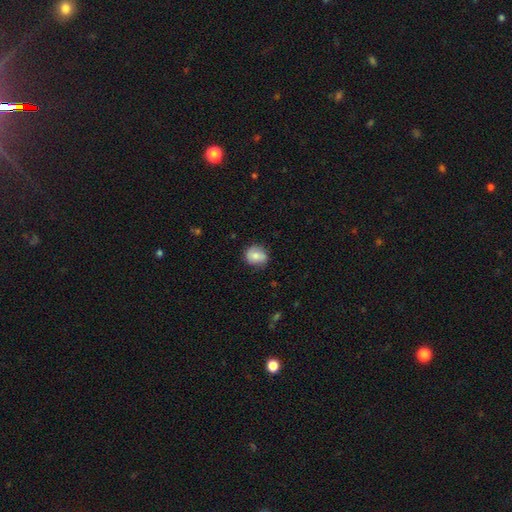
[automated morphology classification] Smooth or featured? Predicted: smooth (p=0.71). How rounded? Predicted: round (p=0.74). Merging? Predicted: none (p=0.74).